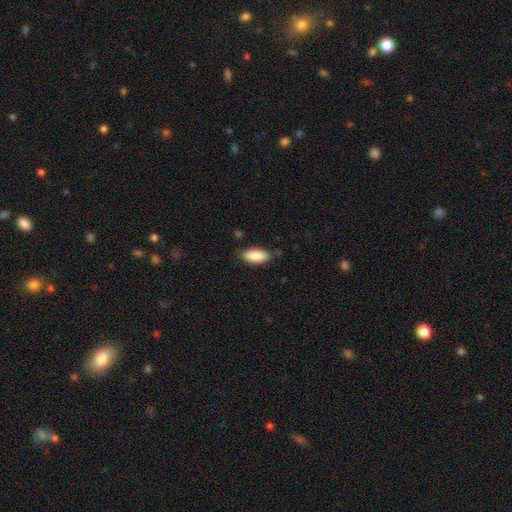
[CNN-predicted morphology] A smooth galaxy with no disk features (87%) that is in between round and cigar-shaped (89%).

Vote fractions:
- Smooth or featured? smooth: 87% / featured or disk: 7% / star or artifact: 6%
- How rounded? in between: 89% / cigar-shaped: 8% / round: 2%
- Merging? none: 78% / minor disturbance: 17% / major disturbance: 3% / merger: 2%